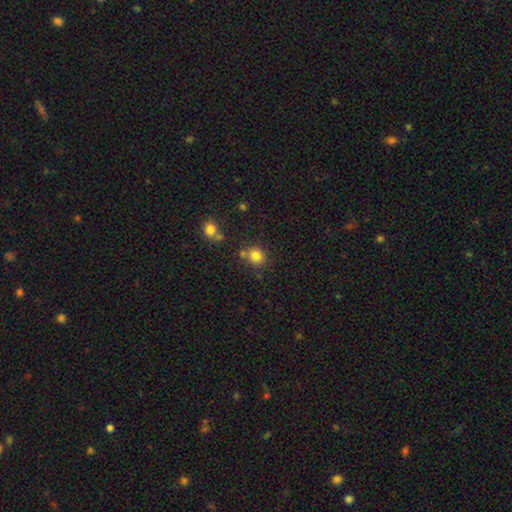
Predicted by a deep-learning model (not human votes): Smooth or featured?
  - smooth: 81% *
  - star or artifact: 12%
  - featured or disk: 6%
How rounded?
  - round: 81% *
  - in between: 18%
  - cigar-shaped: 1%
Merging?
  - none: 70% *
  - merger: 15%
  - minor disturbance: 12%
  - major disturbance: 4%